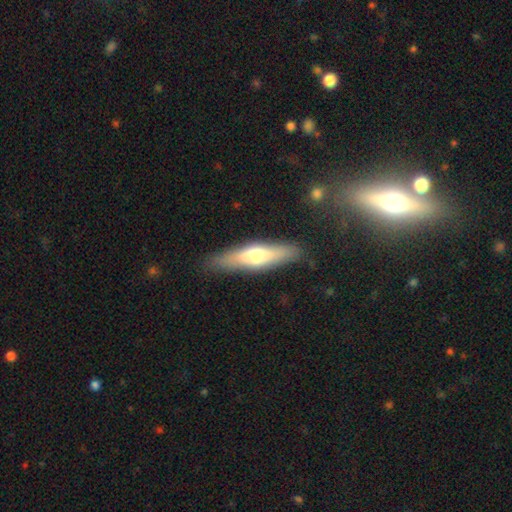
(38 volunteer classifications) A featured or disk galaxy (55%) viewed edge-on (71%) with a rounded central bulge (80%). Merging: none (79%).